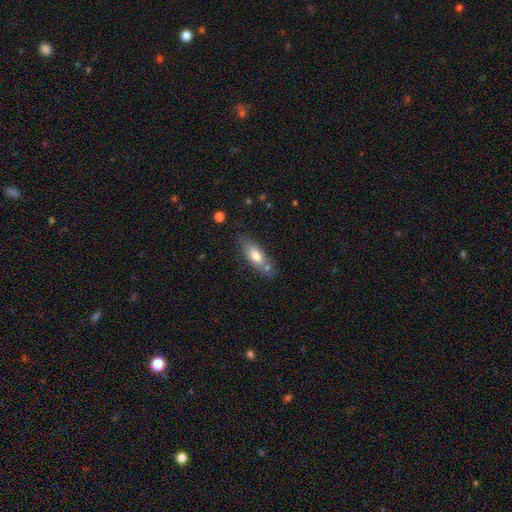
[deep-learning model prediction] Q: Smooth or featured?
A: smooth (70%); runner-up: featured or disk (23%)
Q: How rounded?
A: in between (70%); runner-up: cigar-shaped (28%)
Q: Merging?
A: none (68%); runner-up: minor disturbance (18%)